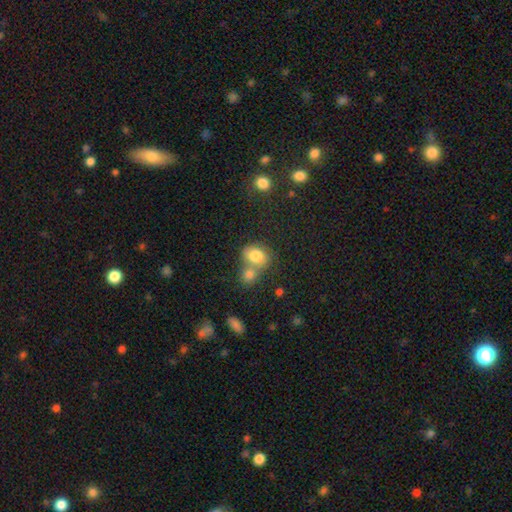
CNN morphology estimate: The model was most divided on "how rounded": round: 50%, in between: 49%, cigar-shaped: 1%. More confident: smooth or featured — smooth (79%); merging — merger (50%).